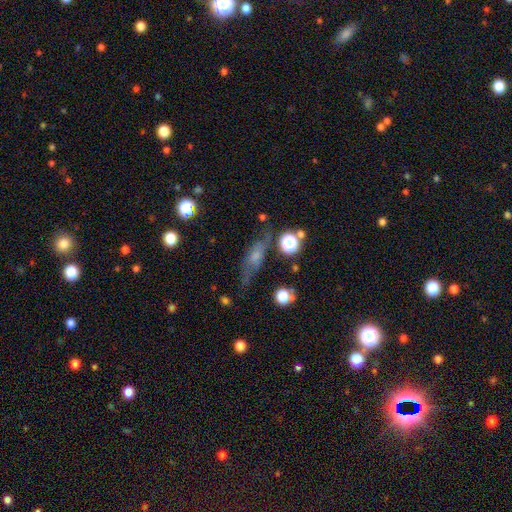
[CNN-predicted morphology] Smooth or featured: featured or disk — 44% (smooth — 37%)
Merging: none — 67% (minor disturbance — 19%)